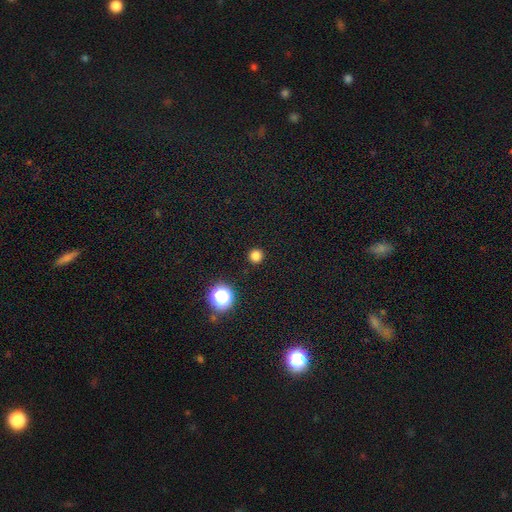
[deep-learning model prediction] Q: Smooth or featured?
A: smooth (81%); runner-up: star or artifact (16%)
Q: How rounded?
A: round (95%); runner-up: in between (4%)
Q: Merging?
A: none (93%); runner-up: minor disturbance (4%)